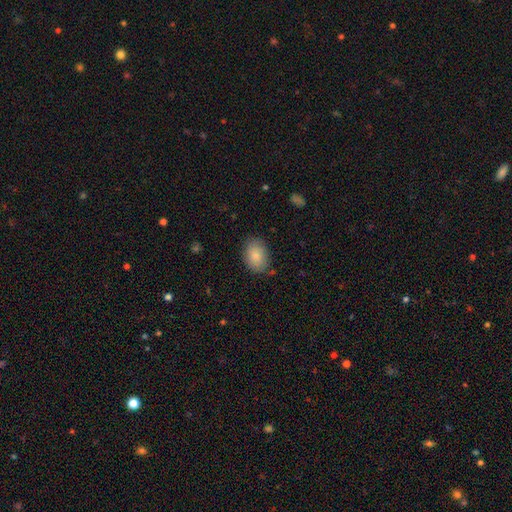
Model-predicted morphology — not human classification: A smooth galaxy with no disk features (83%) that is in between round and cigar-shaped (78%). Merging: none (80%).